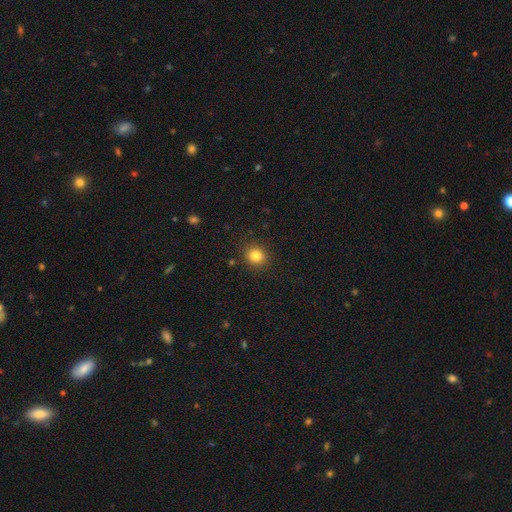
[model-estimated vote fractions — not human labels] Smooth or featured?
  - smooth: 82% *
  - star or artifact: 12%
  - featured or disk: 5%
How rounded?
  - round: 87% *
  - in between: 12%
  - cigar-shaped: 1%
Merging?
  - none: 90% *
  - minor disturbance: 7%
  - major disturbance: 2%
  - merger: 1%